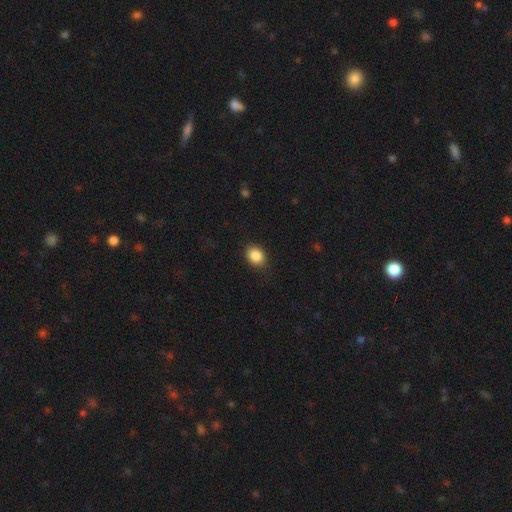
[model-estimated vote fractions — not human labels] This is clearly a smooth galaxy (87%). How rounded: possibly round (51%). Merging: clearly none (85%).